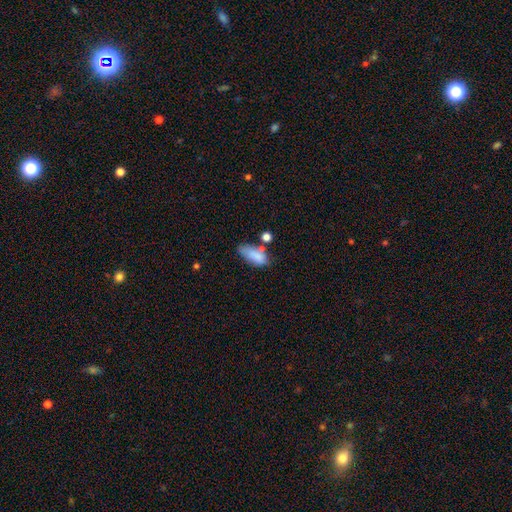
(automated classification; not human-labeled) Smooth or featured?
  - smooth: 80% *
  - featured or disk: 11%
  - star or artifact: 9%
How rounded?
  - in between: 85% *
  - cigar-shaped: 11%
  - round: 4%
Merging?
  - none: 44% *
  - minor disturbance: 27%
  - merger: 16%
  - major disturbance: 12%